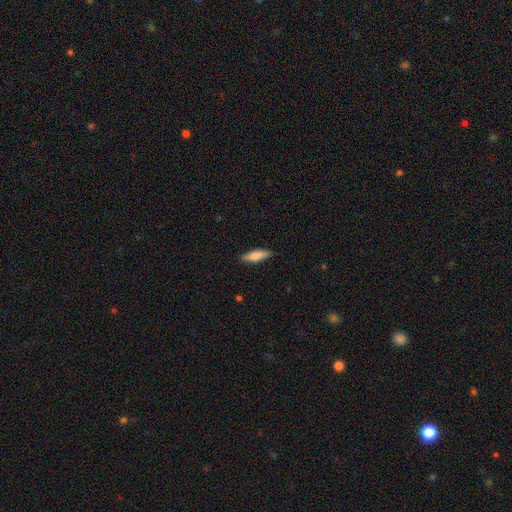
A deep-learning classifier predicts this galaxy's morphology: Smooth or featured?
  - smooth: 79% *
  - featured or disk: 15%
  - star or artifact: 6%
How rounded?
  - cigar-shaped: 54% *
  - in between: 44%
  - round: 2%
Merging?
  - none: 86% *
  - minor disturbance: 11%
  - major disturbance: 2%
  - merger: 1%